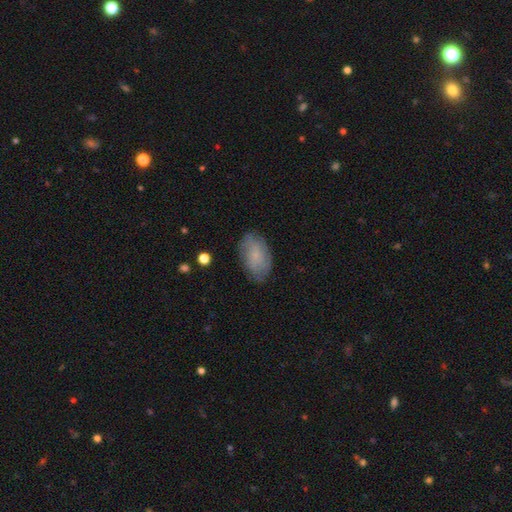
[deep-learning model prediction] A smooth galaxy with no disk features (62%) that is in between round and cigar-shaped (92%).

Vote fractions:
- Smooth or featured? smooth: 62% / featured or disk: 29% / star or artifact: 8%
- How rounded? in between: 92% / round: 6% / cigar-shaped: 2%
- Merging? none: 78% / minor disturbance: 17% / major disturbance: 4% / merger: 1%